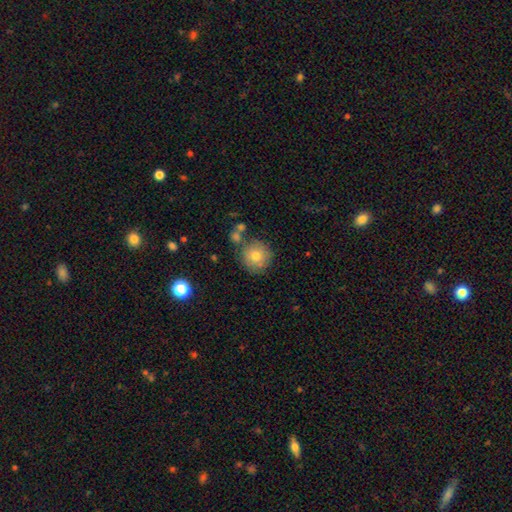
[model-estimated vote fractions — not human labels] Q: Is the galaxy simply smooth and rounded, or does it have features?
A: smooth — 76%.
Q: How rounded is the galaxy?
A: round — 93%.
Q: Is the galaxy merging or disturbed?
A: none — 73%.